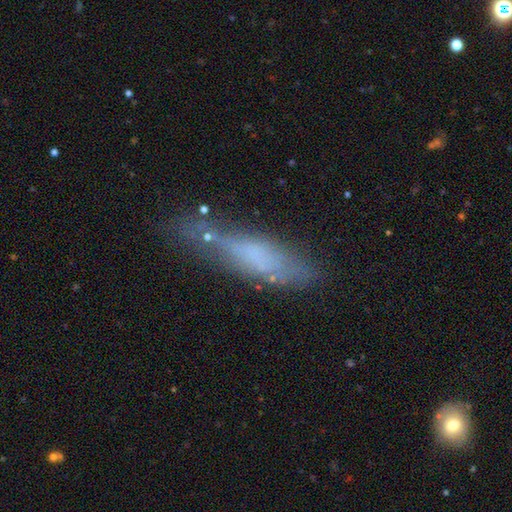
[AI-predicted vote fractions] Smooth or featured? Predicted: smooth (p=0.50). Merging? Predicted: none (p=0.55).